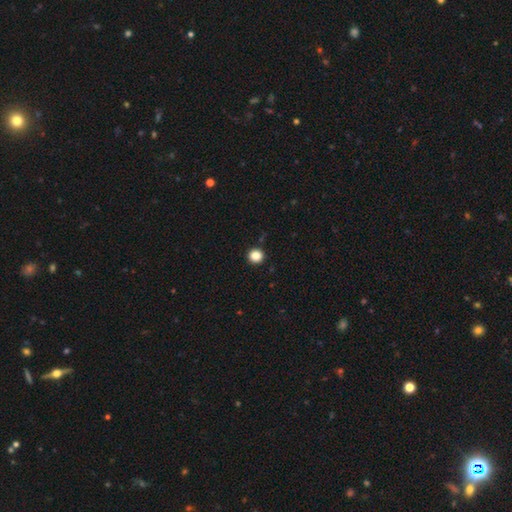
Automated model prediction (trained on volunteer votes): smooth-or-featured: smooth: 85% | star or artifact: 12% | featured or disk: 3%
  how-rounded: round: 94% | in between: 5% | cigar-shaped: 1%
  merging: none: 93% | minor disturbance: 4% | major disturbance: 1% | merger: 1%